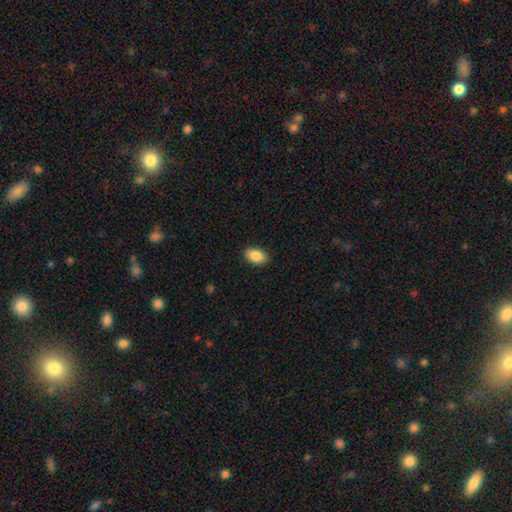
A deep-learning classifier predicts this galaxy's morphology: Smooth or featured?
  - smooth: 87% *
  - star or artifact: 7%
  - featured or disk: 5%
How rounded?
  - in between: 91% *
  - round: 8%
  - cigar-shaped: 1%
Merging?
  - none: 89% *
  - minor disturbance: 8%
  - major disturbance: 2%
  - merger: 1%